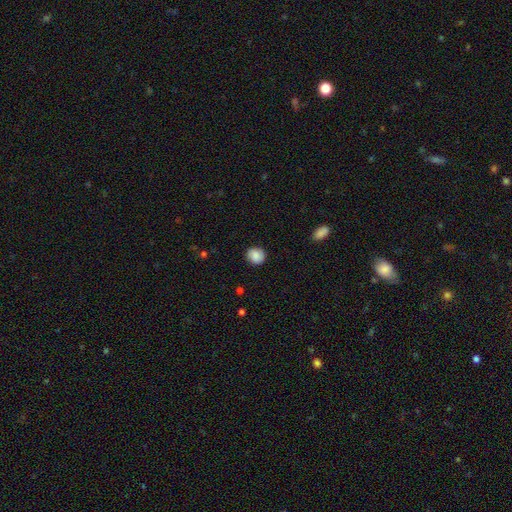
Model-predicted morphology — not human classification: smooth_or_featured: smooth (p=0.86) [alt: star or artifact p=0.08]
how_rounded: round (p=0.84) [alt: in between p=0.15]
merging: none (p=0.87) [alt: minor disturbance p=0.09]